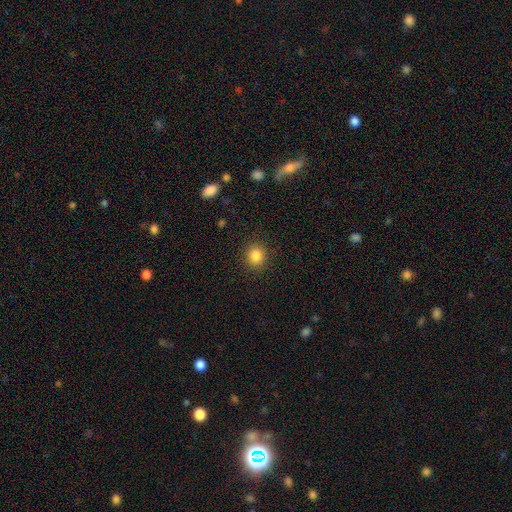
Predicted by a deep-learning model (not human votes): A smooth galaxy with no disk features (85%) that is round (79%).

Vote fractions:
- Smooth or featured? smooth: 85% / star or artifact: 11% / featured or disk: 4%
- How rounded? round: 79% / in between: 20% / cigar-shaped: 1%
- Merging? none: 89% / minor disturbance: 7% / major disturbance: 3% / merger: 1%